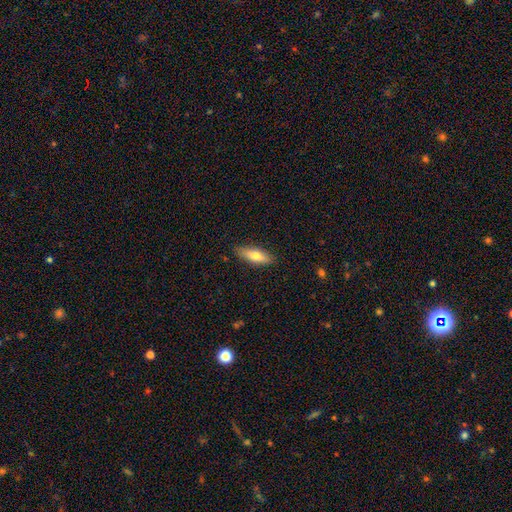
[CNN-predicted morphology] Smooth or featured?
  - smooth: 73% *
  - featured or disk: 21%
  - star or artifact: 6%
How rounded?
  - in between: 55% *
  - cigar-shaped: 43%
  - round: 2%
Merging?
  - none: 86% *
  - minor disturbance: 11%
  - major disturbance: 2%
  - merger: 1%